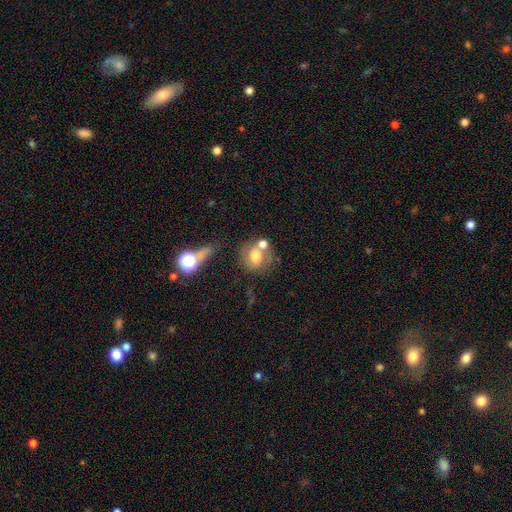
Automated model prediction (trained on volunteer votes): Q: Smooth or featured?
A: smooth (53%); runner-up: featured or disk (35%)
Q: How rounded?
A: round (67%); runner-up: in between (31%)
Q: Merging?
A: none (44%); runner-up: merger (28%)